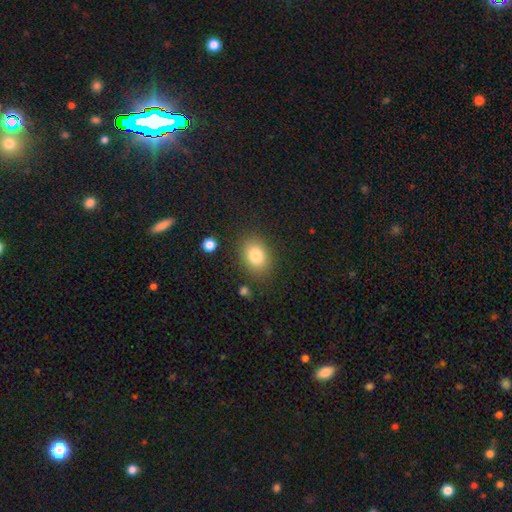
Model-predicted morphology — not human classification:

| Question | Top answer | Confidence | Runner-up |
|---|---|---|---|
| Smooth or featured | smooth | 82% | star or artifact (10%) |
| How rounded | in between | 58% | round (41%) |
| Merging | none | 83% | minor disturbance (11%) |